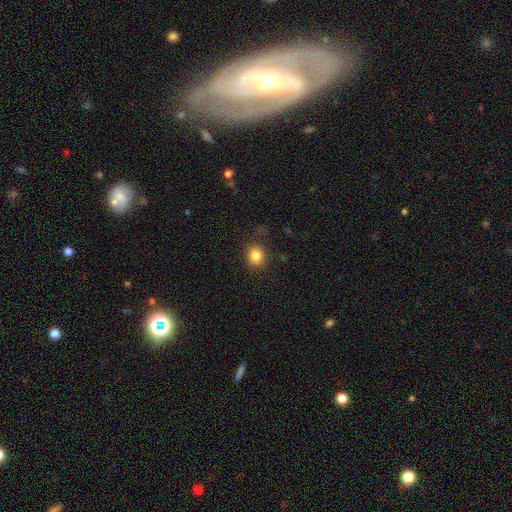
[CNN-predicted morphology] smooth-or-featured: smooth: 84% | star or artifact: 11% | featured or disk: 5%
  how-rounded: round: 71% | in between: 29% | cigar-shaped: 1%
  merging: none: 86% | minor disturbance: 10% | major disturbance: 3% | merger: 1%